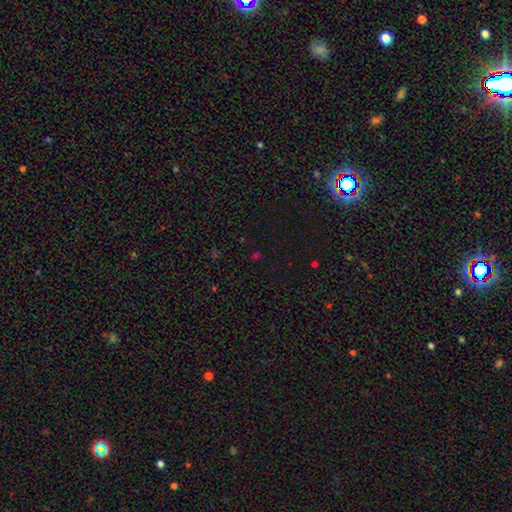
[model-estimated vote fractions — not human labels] This is possibly a star or artifact rather than a galaxy (54%).